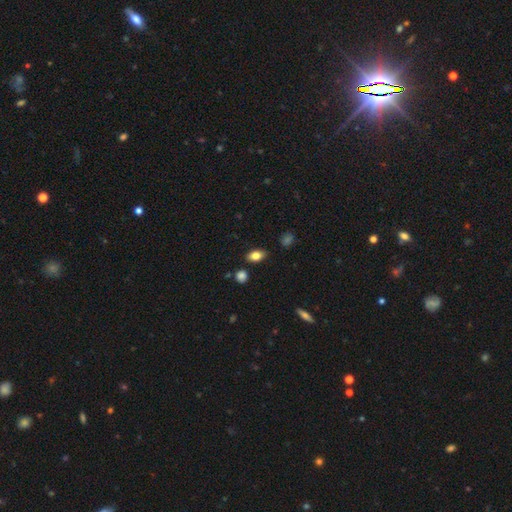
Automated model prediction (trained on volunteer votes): The model was most divided on "smooth or featured": smooth: 79%, featured or disk: 11%, star or artifact: 9%. More confident: how rounded — in between (85%); merging — none (84%).